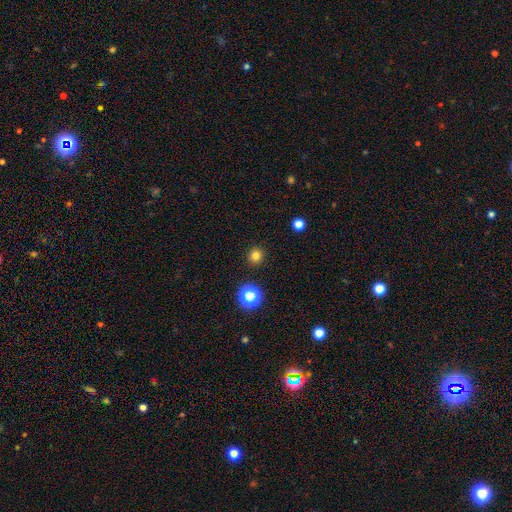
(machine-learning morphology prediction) This is clearly a smooth galaxy (80%). How rounded: clearly round (94%). Merging: clearly none (92%).